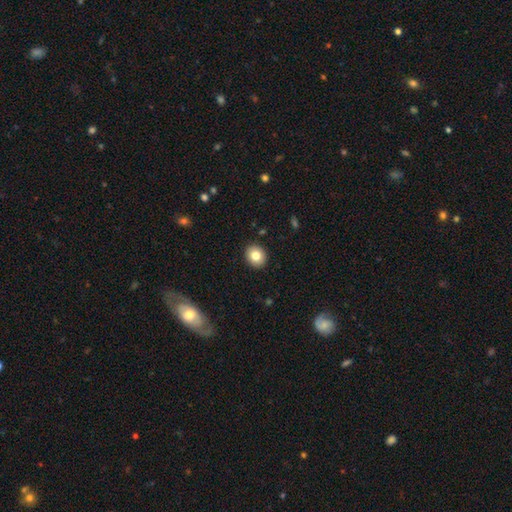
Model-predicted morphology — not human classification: Smooth or featured? Predicted: smooth (p=0.81). How rounded? Predicted: round (p=0.65). Merging? Predicted: none (p=0.91).